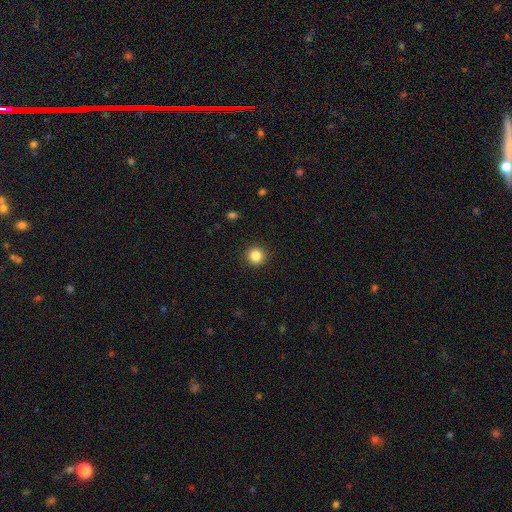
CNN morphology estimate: This appears to be a smooth galaxy with no disk features (85%) that is round (94%). Merging: none (92%).